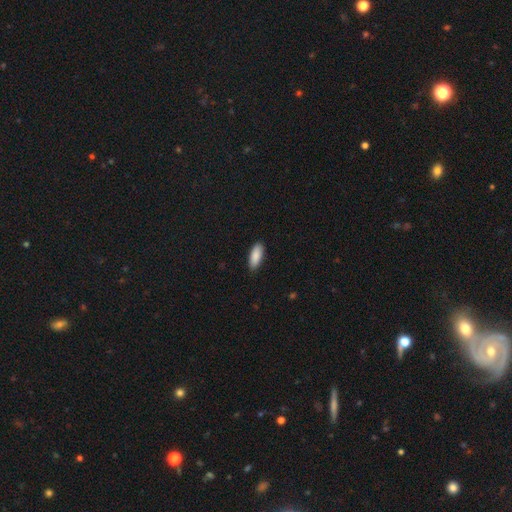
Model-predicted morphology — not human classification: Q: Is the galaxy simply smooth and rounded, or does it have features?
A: smooth — 89%.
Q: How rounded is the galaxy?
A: in between — 80%.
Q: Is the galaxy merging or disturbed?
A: none — 88%.